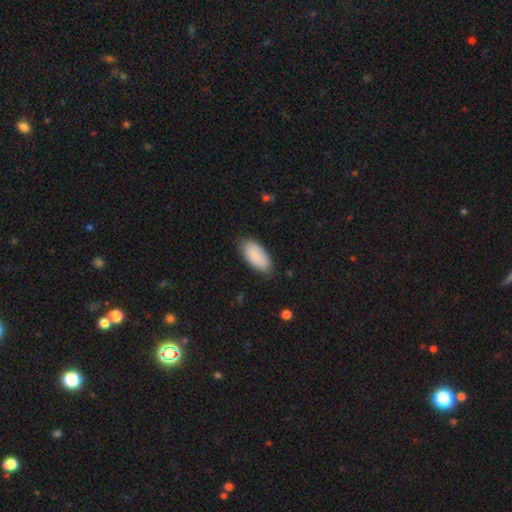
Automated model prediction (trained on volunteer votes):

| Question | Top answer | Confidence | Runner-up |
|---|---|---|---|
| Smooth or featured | smooth | 86% | featured or disk (8%) |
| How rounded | in between | 92% | cigar-shaped (6%) |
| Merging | none | 81% | minor disturbance (15%) |